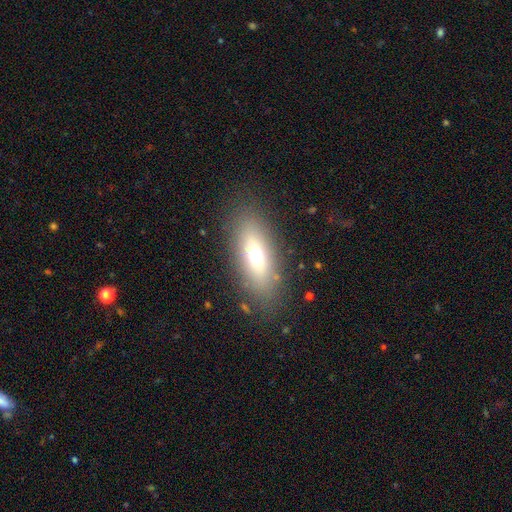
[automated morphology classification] type=smooth (65%); roundness=in between (75%); merging=none (84%).